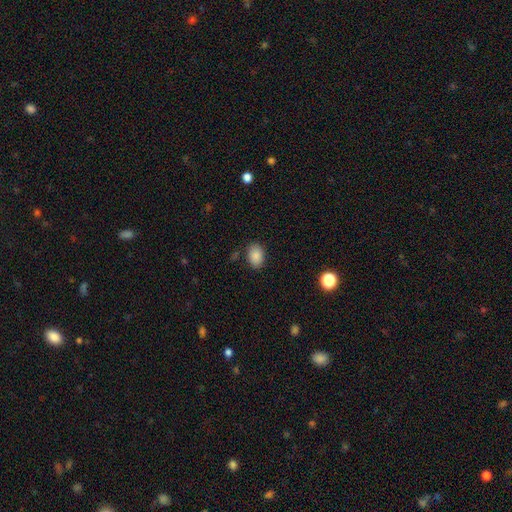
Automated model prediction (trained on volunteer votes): smooth-or-featured: smooth: 88% | star or artifact: 8% | featured or disk: 4%
  how-rounded: in between: 79% | round: 20% | cigar-shaped: 1%
  merging: none: 83% | minor disturbance: 12% | major disturbance: 3% | merger: 2%